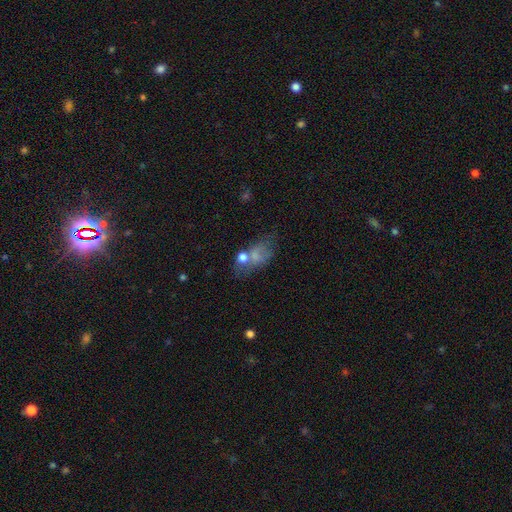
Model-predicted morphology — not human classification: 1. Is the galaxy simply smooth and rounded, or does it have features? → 54% smooth, 30% featured or disk, 16% star or artifact.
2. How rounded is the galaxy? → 81% in between, 14% round, 5% cigar-shaped.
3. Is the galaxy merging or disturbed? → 37% none, 24% merger, 21% minor disturbance, 18% major disturbance.